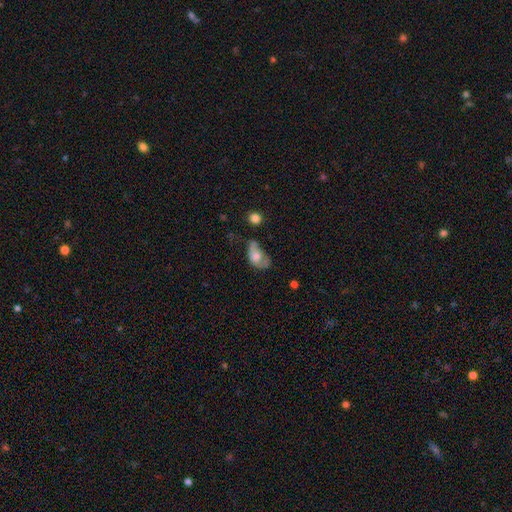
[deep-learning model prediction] This appears to be a smooth galaxy with no disk features (63%) that is in between round and cigar-shaped (86%). Merging: major disturbance (44%).